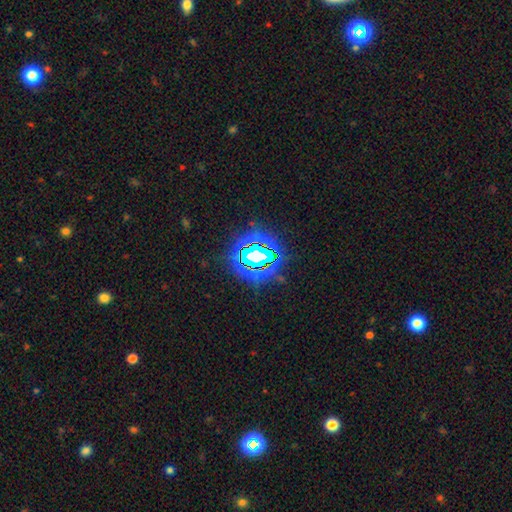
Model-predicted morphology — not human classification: Overall: star or artifact (77%).